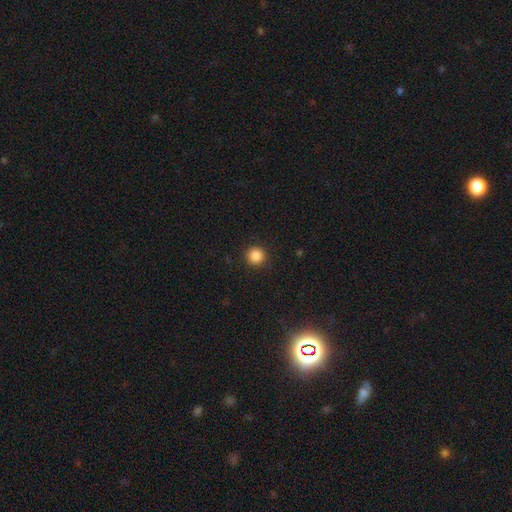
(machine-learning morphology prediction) smooth_or_featured: smooth (p=0.86) [alt: star or artifact p=0.10]
how_rounded: round (p=0.95) [alt: in between p=0.04]
merging: none (p=0.92) [alt: minor disturbance p=0.05]